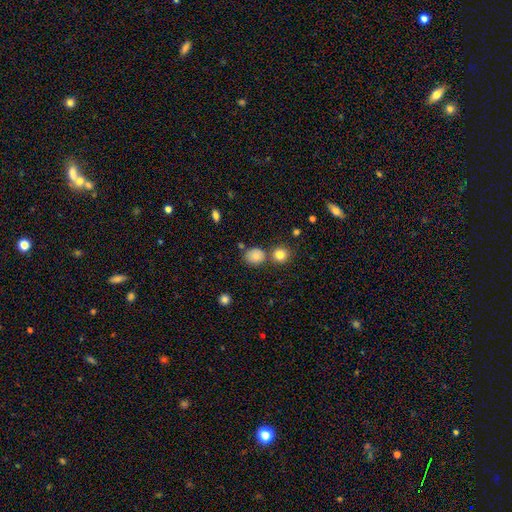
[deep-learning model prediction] Smooth or featured: smooth — 81% (star or artifact — 12%)
How rounded: round — 71% (in between — 28%)
Merging: none — 68% (merger — 15%)